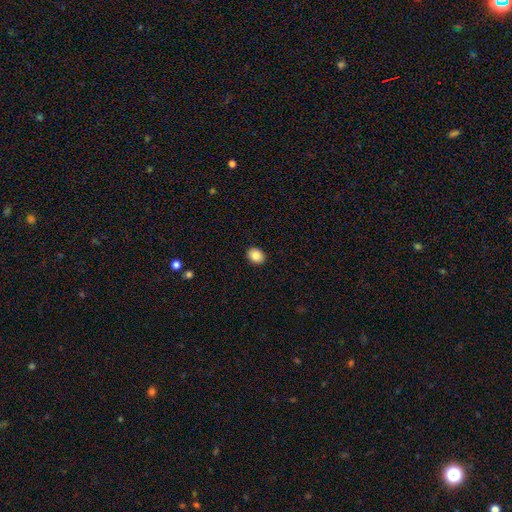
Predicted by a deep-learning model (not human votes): Q: Smooth or featured?
A: smooth (86%); runner-up: star or artifact (8%)
Q: How rounded?
A: in between (59%); runner-up: round (40%)
Q: Merging?
A: none (91%); runner-up: minor disturbance (6%)